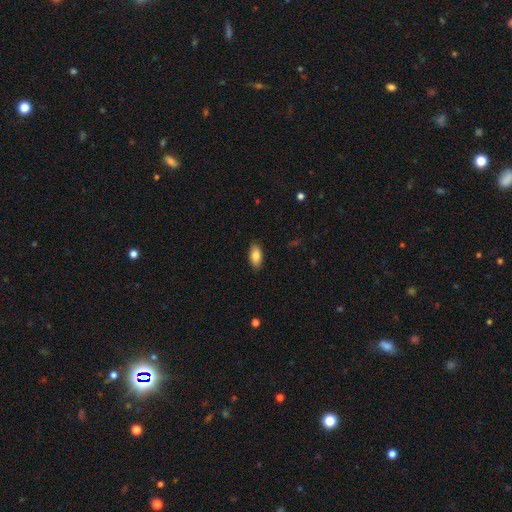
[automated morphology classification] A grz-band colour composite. It shows a smooth galaxy with no disk features (85%) that is in between round and cigar-shaped (91%). Merging: none (88%).